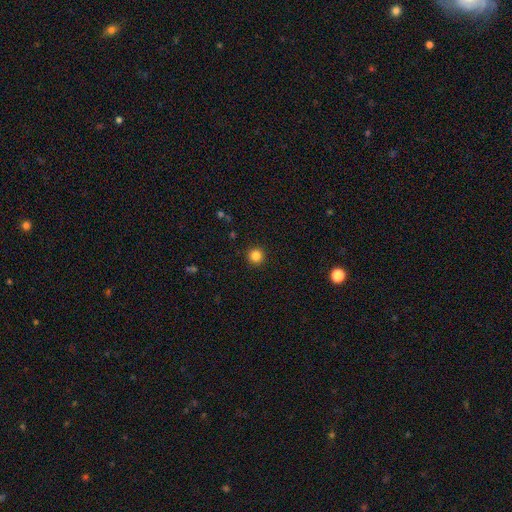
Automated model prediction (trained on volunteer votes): Morphology: type=smooth (84%); roundness=round (96%); merging=none (93%).